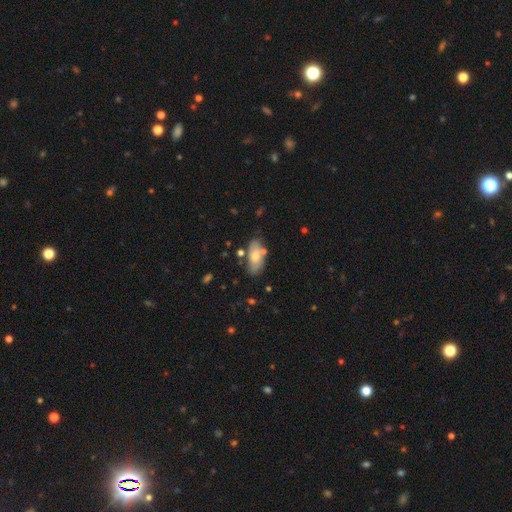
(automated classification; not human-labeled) Morphology: type=smooth (61%); roundness=in between (89%); merging=none (67%).